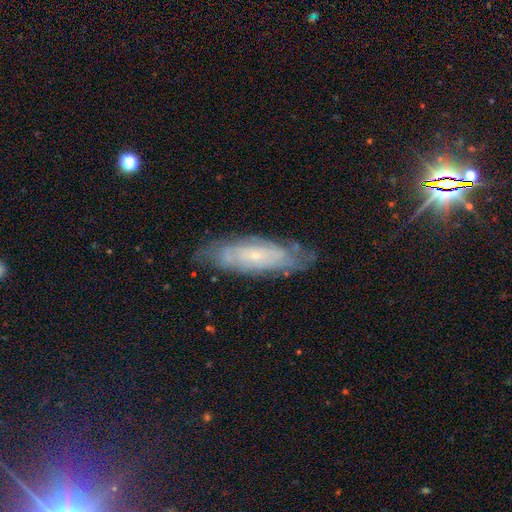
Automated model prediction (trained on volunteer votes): smooth_or_featured: featured or disk (p=0.70) [alt: smooth p=0.22]
disk_edge_on: no (p=0.80) [alt: yes p=0.20]
bar: no (p=0.74) [alt: weak p=0.21]
has_spiral_arms: yes (p=0.82) [alt: no p=0.18]
bulge_size: small (p=0.81) [alt: moderate p=0.14]
merging: none (p=0.74) [alt: minor disturbance p=0.19]